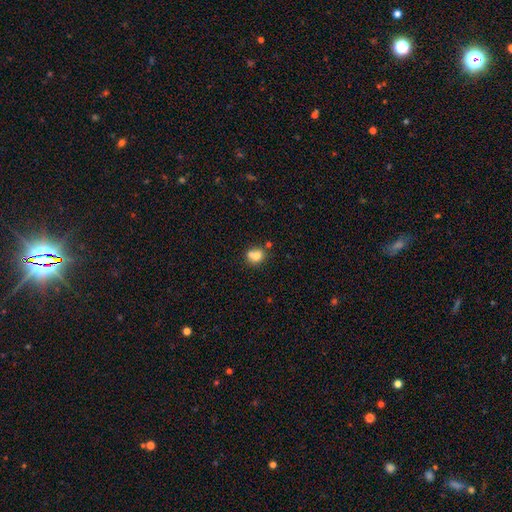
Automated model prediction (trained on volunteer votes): smooth_or_featured: smooth (p=0.76) [alt: featured or disk p=0.13]
how_rounded: round (p=0.67) [alt: in between p=0.32]
merging: none (p=0.42) [alt: merger p=0.38]